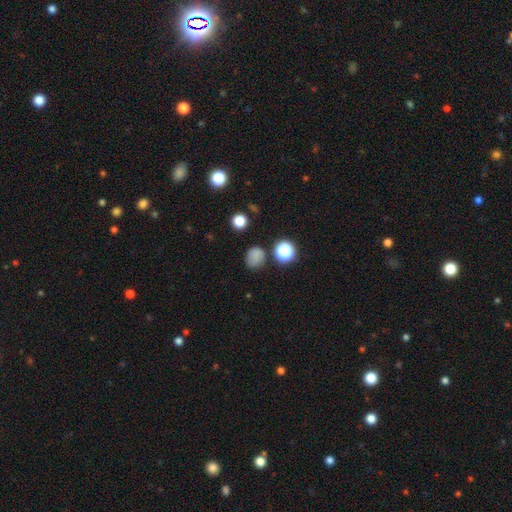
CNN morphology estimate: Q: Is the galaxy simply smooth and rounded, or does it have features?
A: smooth — 73%.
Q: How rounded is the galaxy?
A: round — 65%.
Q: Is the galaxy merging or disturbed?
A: none — 72%.